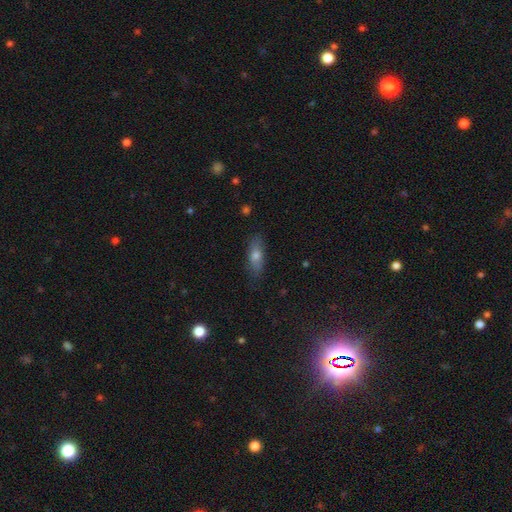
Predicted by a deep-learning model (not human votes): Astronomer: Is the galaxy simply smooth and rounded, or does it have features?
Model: smooth — 62%.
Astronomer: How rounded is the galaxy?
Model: in between — 58% (runner-up: cigar-shaped, 38%).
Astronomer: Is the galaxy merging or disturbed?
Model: none — 82%.